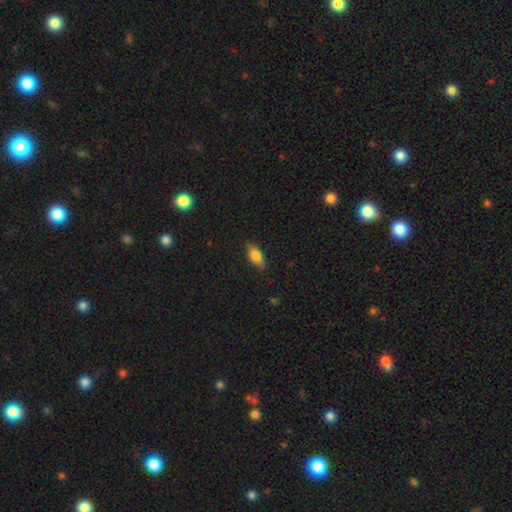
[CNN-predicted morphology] smooth 78%, featured or disk 15%, star or artifact 7%. Down the decision tree: how rounded — in between (83%); merging — none (85%).